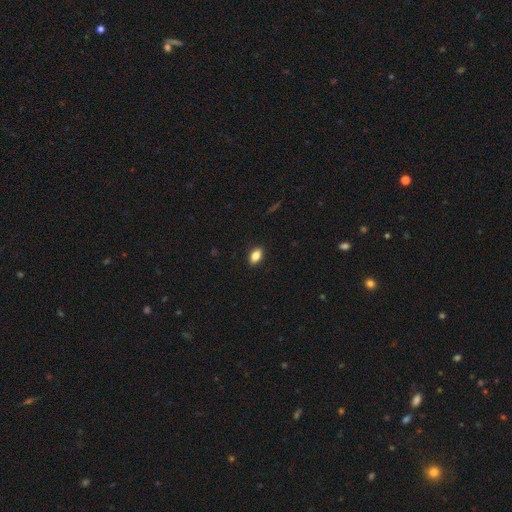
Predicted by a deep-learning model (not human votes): Smooth or featured? Predicted: smooth (p=0.85). How rounded? Predicted: in between (p=0.88). Merging? Predicted: none (p=0.90).